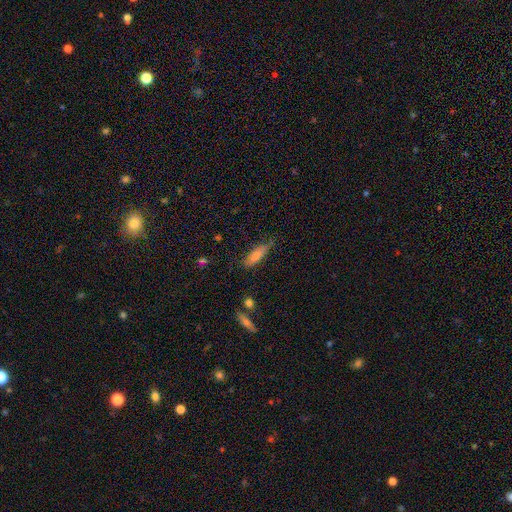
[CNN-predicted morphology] Overall: smooth (71%). How rounded: cigar-shaped (61%; in between 37%). Merging: none (66%).